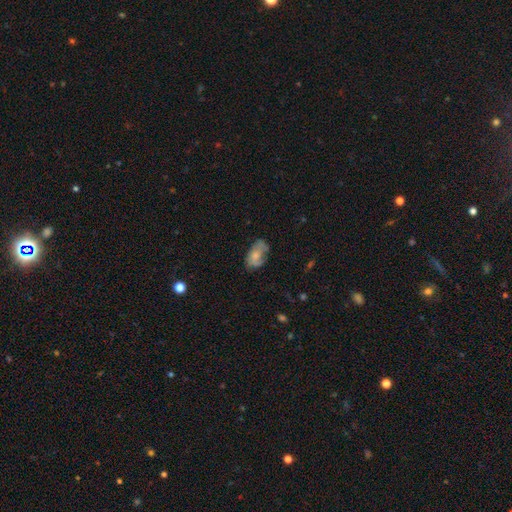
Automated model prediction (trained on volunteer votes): Q: Smooth or featured?
A: smooth (59%); runner-up: featured or disk (33%)
Q: How rounded?
A: in between (91%); runner-up: round (7%)
Q: Merging?
A: none (53%); runner-up: minor disturbance (30%)